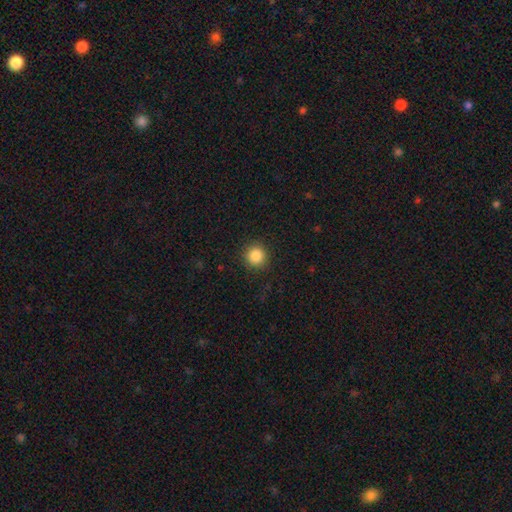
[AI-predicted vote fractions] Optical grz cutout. It shows a smooth galaxy with no disk features (86%) that is round (94%). Merging: none (90%).